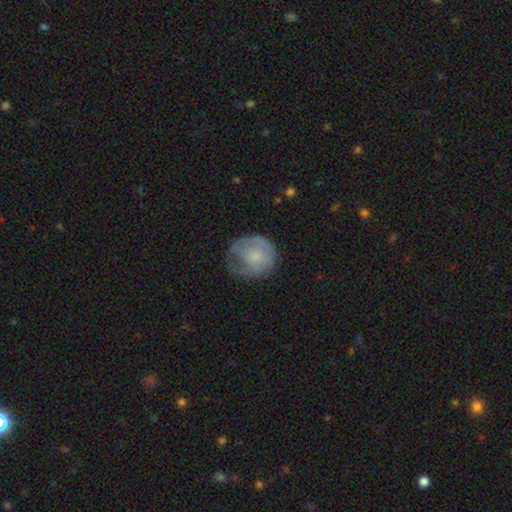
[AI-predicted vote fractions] smooth-or-featured: smooth: 60% | featured or disk: 33% | star or artifact: 7%
  how-rounded: round: 81% | in between: 18% | cigar-shaped: 1%
  merging: none: 45% | minor disturbance: 30% | major disturbance: 24% | merger: 1%